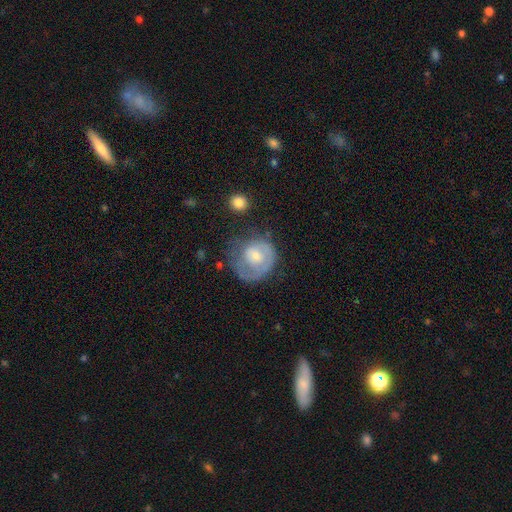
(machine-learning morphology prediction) type=featured or disk (50%); merging=none (42%).